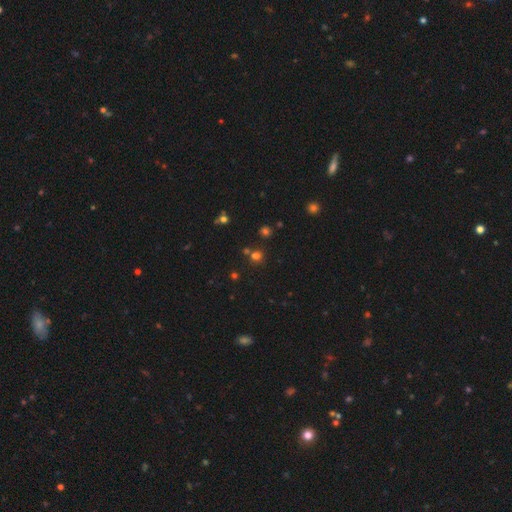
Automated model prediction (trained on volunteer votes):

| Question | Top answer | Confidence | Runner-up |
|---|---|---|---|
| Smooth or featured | smooth | 61% | star or artifact (33%) |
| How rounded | round | 81% | in between (18%) |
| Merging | none | 70% | merger (17%) |